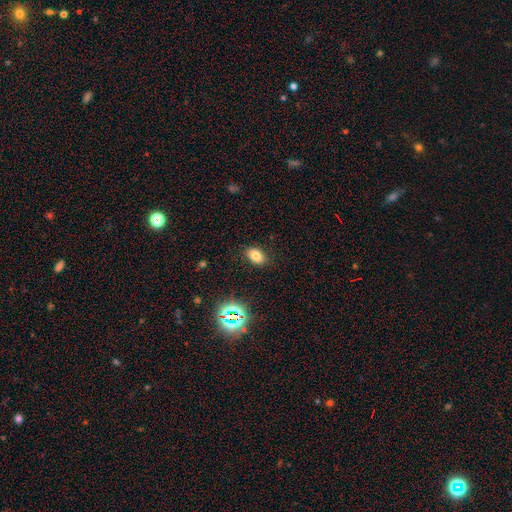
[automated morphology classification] Smooth or featured?
  - smooth: 75% *
  - star or artifact: 16%
  - featured or disk: 9%
How rounded?
  - in between: 84% *
  - round: 15%
  - cigar-shaped: 1%
Merging?
  - none: 86% *
  - minor disturbance: 10%
  - major disturbance: 3%
  - merger: 1%